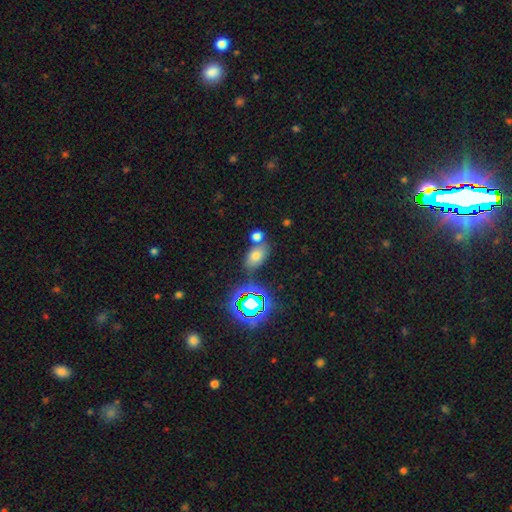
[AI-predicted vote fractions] Smooth or featured? smooth (64%)
How rounded? in between (84%)
Merging? none (64%)